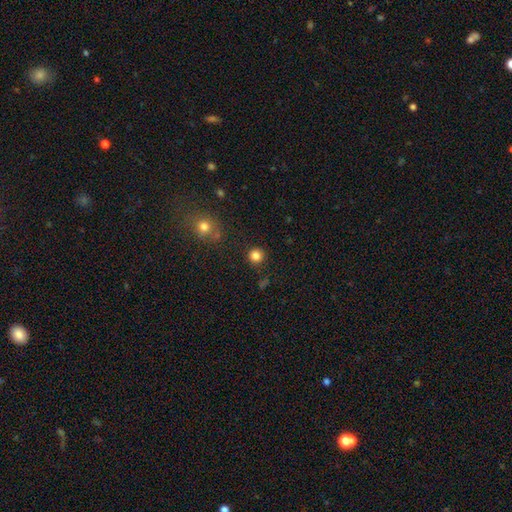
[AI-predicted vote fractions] Smooth or featured: smooth — 84% (star or artifact — 12%)
How rounded: round — 94% (in between — 5%)
Merging: none — 90% (minor disturbance — 6%)